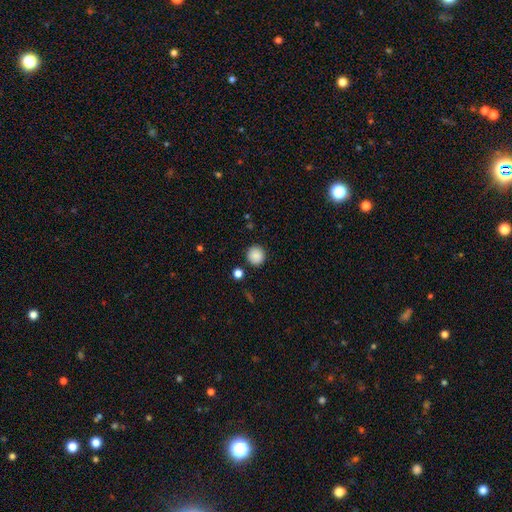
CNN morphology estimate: Smooth or featured? smooth (88%)
How rounded? round (94%)
Merging? none (89%)